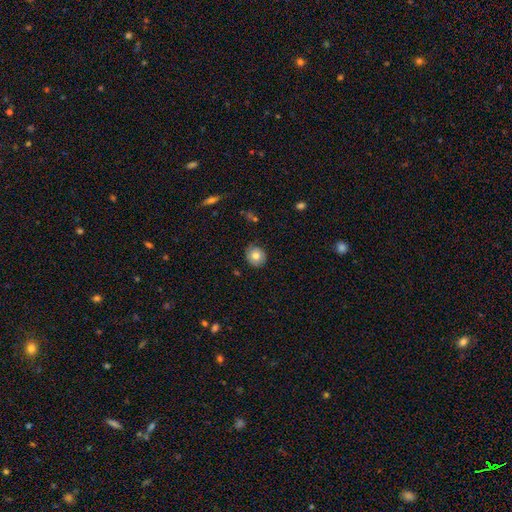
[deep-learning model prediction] Morphology: type=smooth (75%); roundness=round (84%); merging=none (85%).